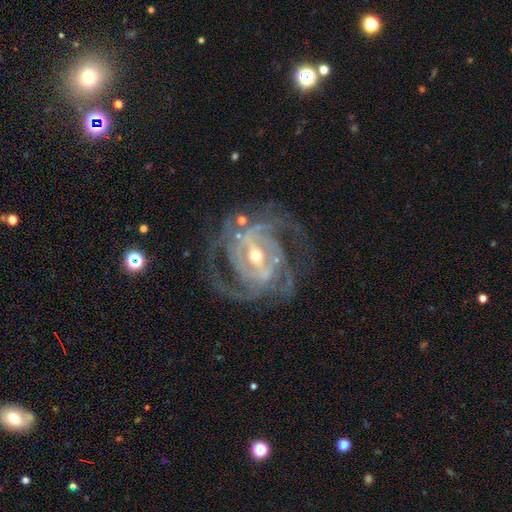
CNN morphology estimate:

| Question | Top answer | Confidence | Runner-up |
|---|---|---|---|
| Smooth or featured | featured or disk | 91% | star or artifact (6%) |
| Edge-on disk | no | 97% | yes (3%) |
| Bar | strong | 56% | weak (33%) |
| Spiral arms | yes | 97% | no (3%) |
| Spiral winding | medium | 45% | tight (44%) |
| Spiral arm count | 2 | 36% | 3 (26%) |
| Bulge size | moderate | 49% | small (47%) |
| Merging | none | 69% | minor disturbance (15%) |